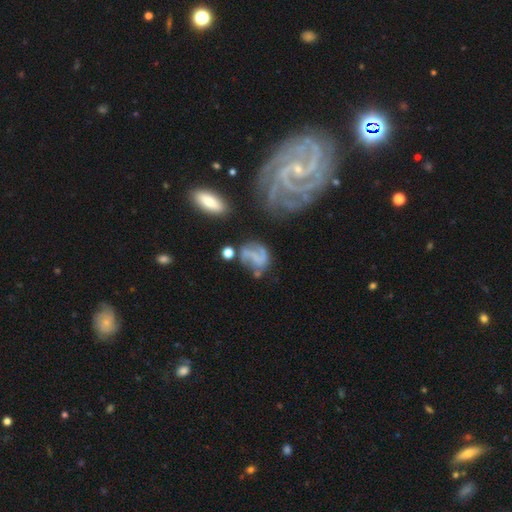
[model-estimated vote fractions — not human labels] A featured or disk galaxy (67%) with no bar (46%), 2 (74%) loose (47%) spiral arms (84%) and no central bulge (66%).

Vote fractions:
- Smooth or featured? featured or disk: 67% / smooth: 22% / star or artifact: 10%
- Edge-on disk? no: 97% / yes: 3%
- Bar? no: 46% / weak: 34% / strong: 20%
- Spiral arms? yes: 84% / no: 16%
- Spiral winding? loose: 47% / medium: 36% / tight: 17%
- Spiral arm count? 2: 74% / can't tell: 10% / 1: 9% / 3: 4% / 4: 2% / more than 4: 2%
- Bulge size? none: 66% / small: 23% / moderate: 8% / large: 2% / dominant: 1%
- Merging? none: 47% / minor disturbance: 22% / major disturbance: 21% / merger: 10%